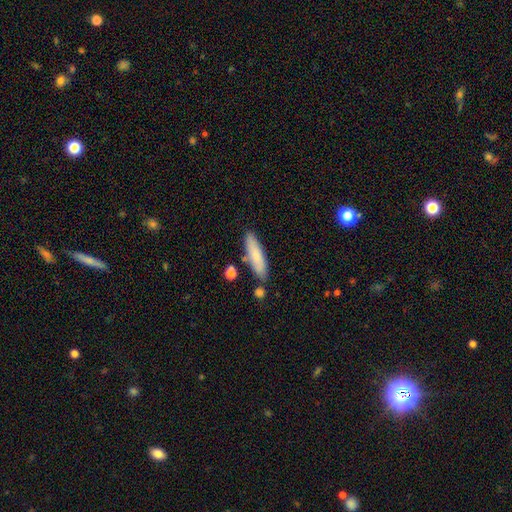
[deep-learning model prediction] This appears to be a smooth galaxy with no disk features (77%) that is cigar-shaped (71%). Merging: none (79%).